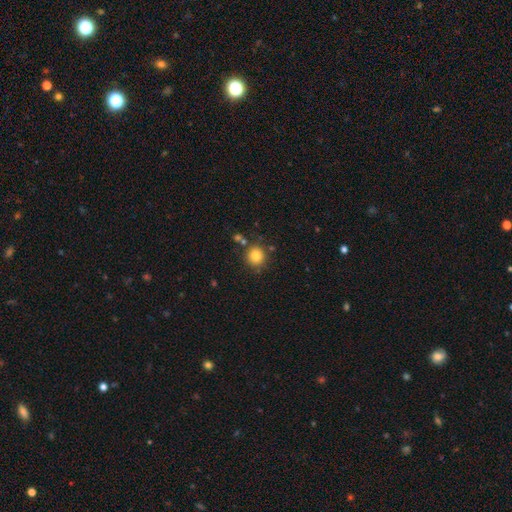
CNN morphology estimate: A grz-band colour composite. It shows a smooth galaxy with no disk features (84%) that is round (89%). Merging: none (80%).